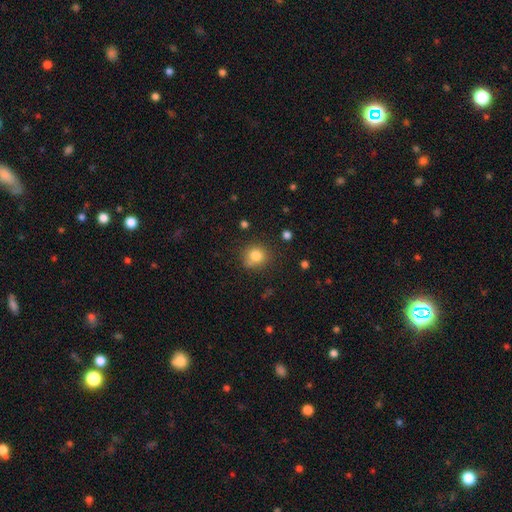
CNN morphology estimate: A smooth galaxy with no disk features (81%) that is round (83%).

Vote fractions:
- Smooth or featured? smooth: 81% / star or artifact: 12% / featured or disk: 8%
- How rounded? round: 83% / in between: 16% / cigar-shaped: 1%
- Merging? none: 72% / minor disturbance: 17% / merger: 6% / major disturbance: 5%